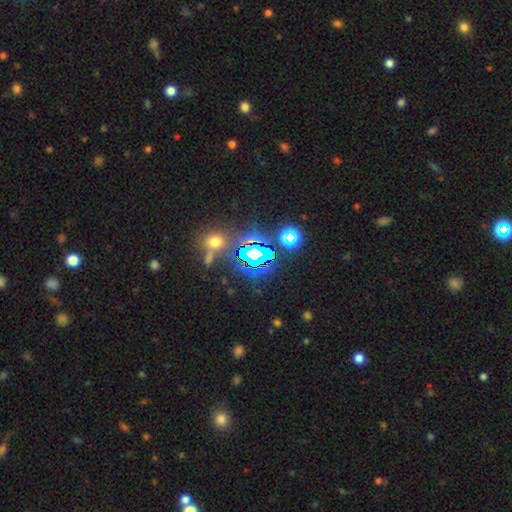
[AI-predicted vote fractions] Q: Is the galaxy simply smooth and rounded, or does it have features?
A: star or artifact — 73%.